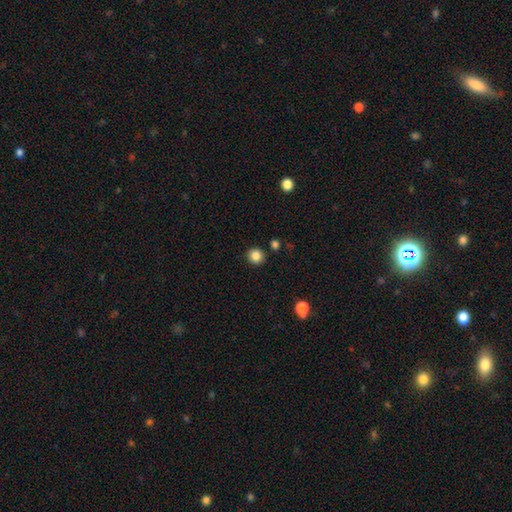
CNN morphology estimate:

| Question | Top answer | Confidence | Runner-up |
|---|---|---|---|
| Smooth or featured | smooth | 86% | star or artifact (10%) |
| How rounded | round | 91% | in between (8%) |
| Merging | none | 90% | minor disturbance (6%) |